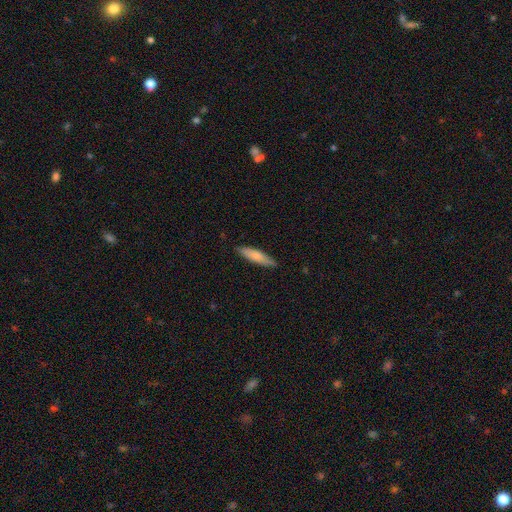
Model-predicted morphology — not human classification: Smooth or featured? Predicted: smooth (p=0.73). How rounded? Predicted: cigar-shaped (p=0.77). Merging? Predicted: none (p=0.86).